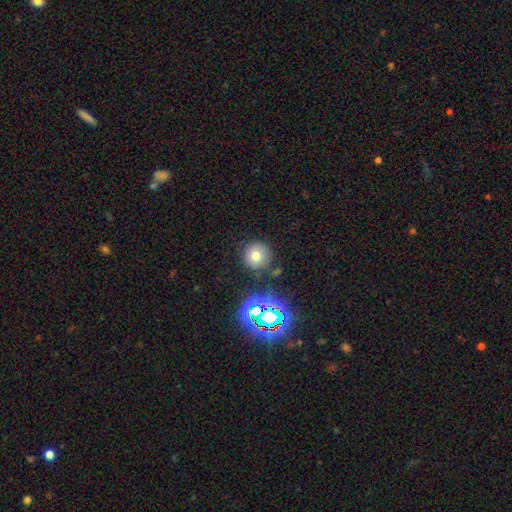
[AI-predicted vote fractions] smooth_or_featured: smooth (p=0.70) [alt: star or artifact p=0.20]
how_rounded: round (p=0.94) [alt: in between p=0.05]
merging: none (p=0.84) [alt: minor disturbance p=0.09]